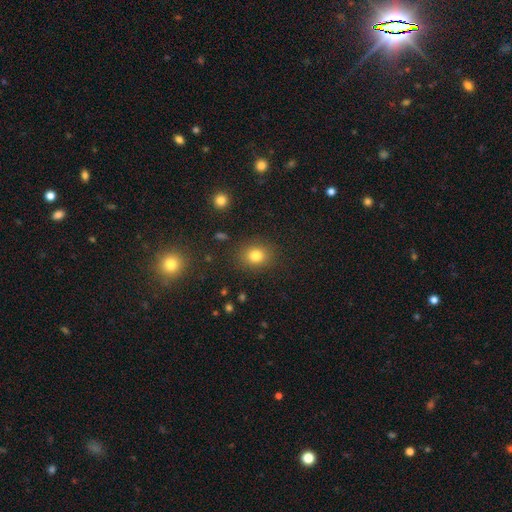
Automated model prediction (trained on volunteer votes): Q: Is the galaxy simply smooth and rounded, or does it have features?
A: smooth — 80%.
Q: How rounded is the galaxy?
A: round — 65%.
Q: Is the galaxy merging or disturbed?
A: none — 86%.